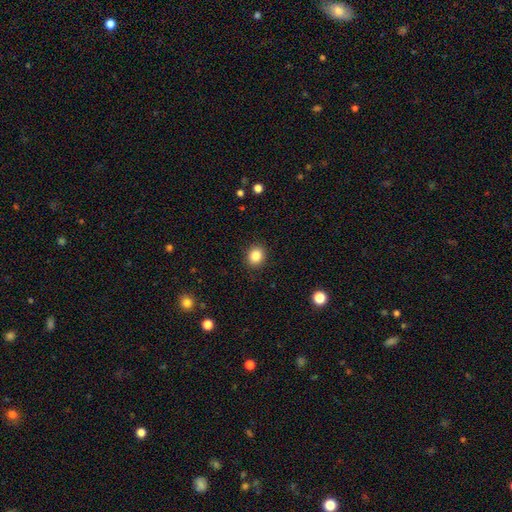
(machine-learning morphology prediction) A smooth galaxy with no disk features (85%) that is round (73%).

Vote fractions:
- Smooth or featured? smooth: 85% / star or artifact: 10% / featured or disk: 5%
- How rounded? round: 73% / in between: 26% / cigar-shaped: 1%
- Merging? none: 90% / minor disturbance: 7% / major disturbance: 2% / merger: 1%